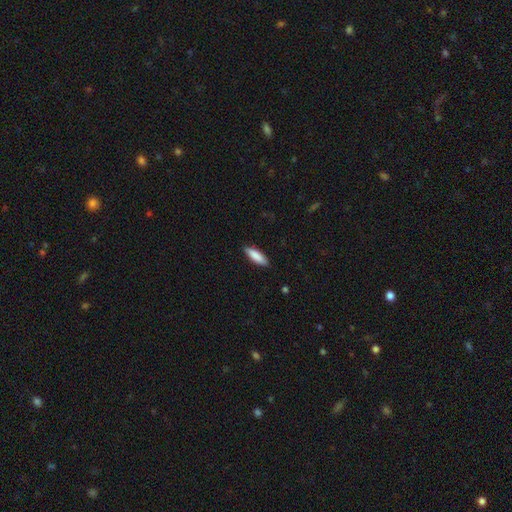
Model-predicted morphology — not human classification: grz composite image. It shows a smooth galaxy with no disk features (87%) that is cigar-shaped (50%). Merging: none (88%).